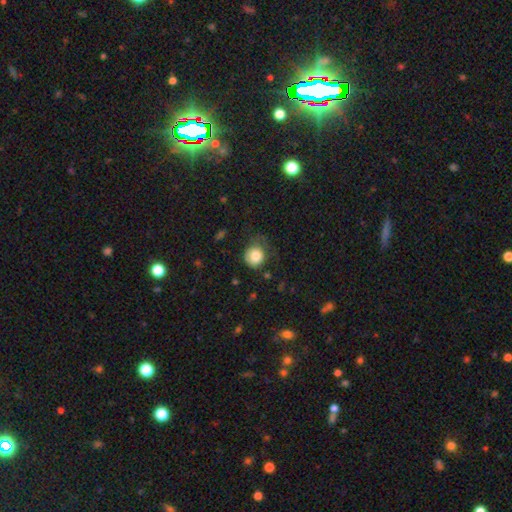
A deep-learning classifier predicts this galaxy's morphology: This is likely a smooth galaxy (79%). How rounded: clearly round (81%). Merging: possibly none (48%).